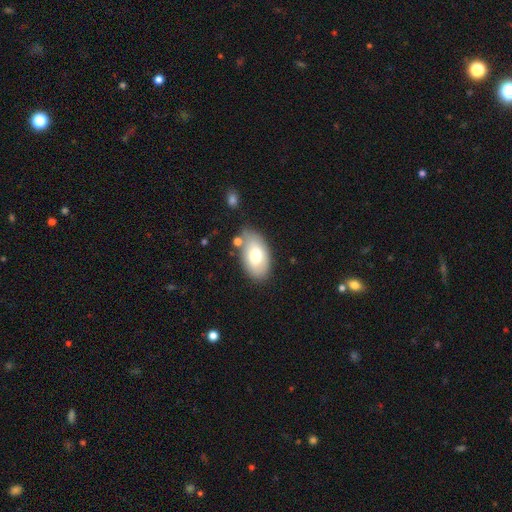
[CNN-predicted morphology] The model was most divided on "smooth or featured": smooth: 73%, featured or disk: 20%, star or artifact: 6%. More confident: how rounded — in between (94%); merging — none (71%).